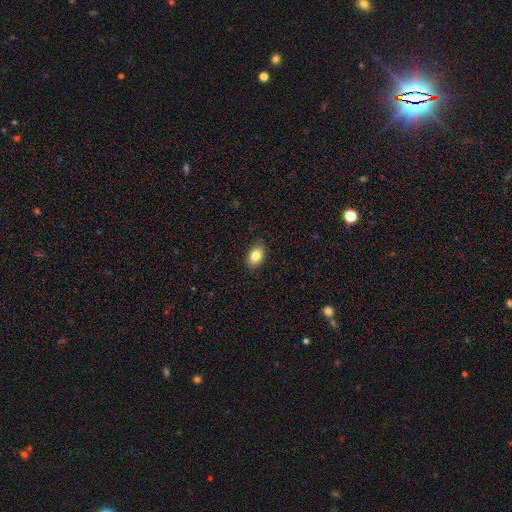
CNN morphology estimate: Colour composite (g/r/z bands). It shows a smooth galaxy with no disk features (83%) that is in between round and cigar-shaped (84%). Merging: none (89%).